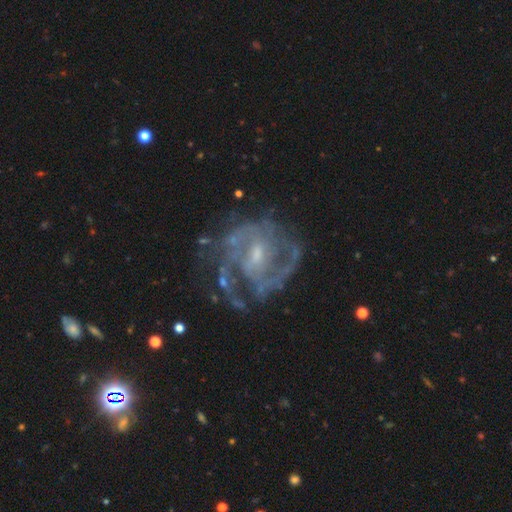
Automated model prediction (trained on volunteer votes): This is clearly a featured or disk galaxy (86%). It is clearly not viewed edge-on (98%). Bar: possibly weak (53%). Spiral arm pattern: clearly yes (91%). Spiral arm count: marginally 2 (34%). Spiral winding: possibly medium (46%). Central bulge: possibly small (55%). Merging: possibly none (60%).